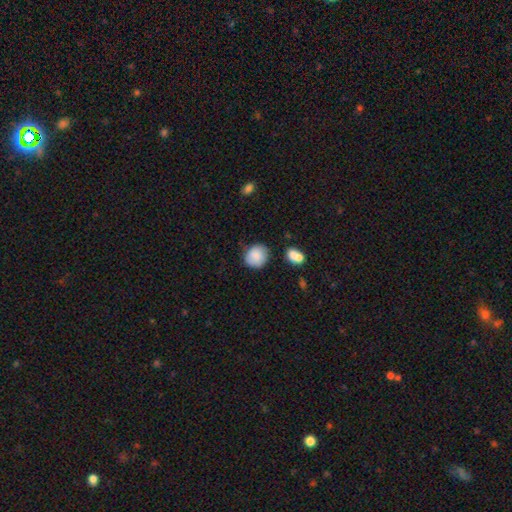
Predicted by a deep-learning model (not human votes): The model was most divided on "how rounded": round: 77%, in between: 22%, cigar-shaped: 1%. More confident: smooth or featured — smooth (86%); merging — none (74%).